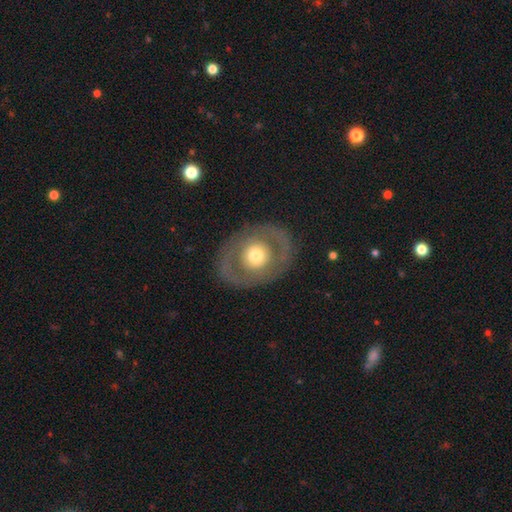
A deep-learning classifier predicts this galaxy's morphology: This is possibly a featured or disk galaxy (54%). It is clearly not viewed edge-on (94%). Bar: clearly no (86%). Spiral arm pattern: clearly no (83%). Central bulge: likely moderate (62%). Merging: clearly none (82%).